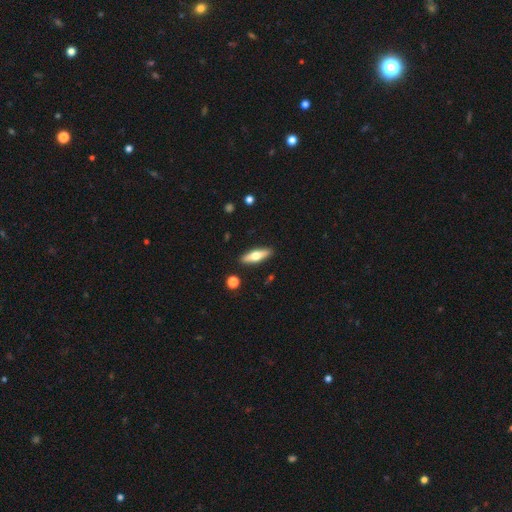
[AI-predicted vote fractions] Smooth or featured?
  - smooth: 51% *
  - featured or disk: 43%
  - star or artifact: 6%
How rounded?
  - cigar-shaped: 56% *
  - in between: 42%
  - round: 3%
Merging?
  - none: 89% *
  - minor disturbance: 7%
  - merger: 2%
  - major disturbance: 2%